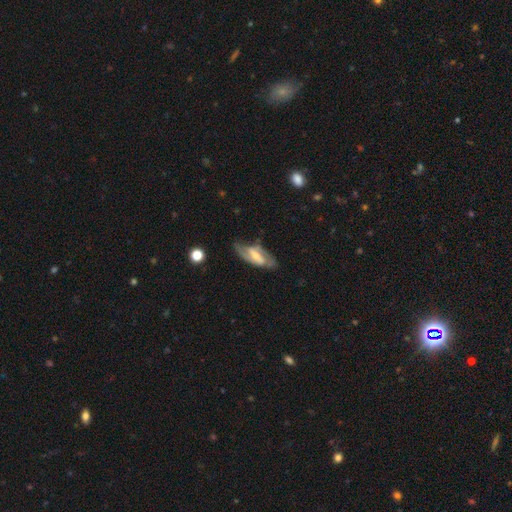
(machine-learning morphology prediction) type=featured or disk (77%); edge-on=no (90%); bar=strong (49%); spiral arms=yes (88%); winding=medium (47%); arm count=2 (84%); bulge=small (48%); merging=none (69%).